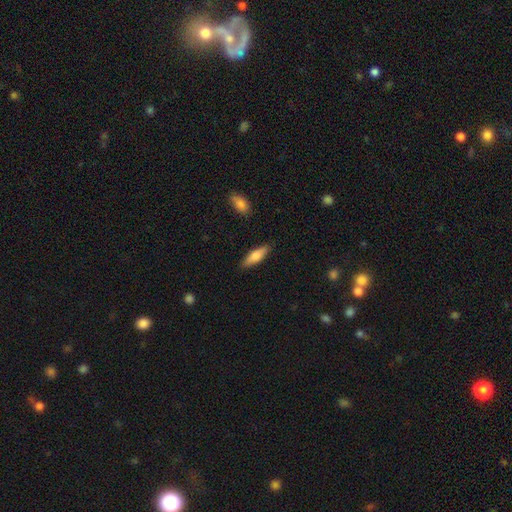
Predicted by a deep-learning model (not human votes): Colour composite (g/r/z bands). It shows a smooth galaxy with no disk features (66%) that is cigar-shaped (52%). Merging: none (87%).